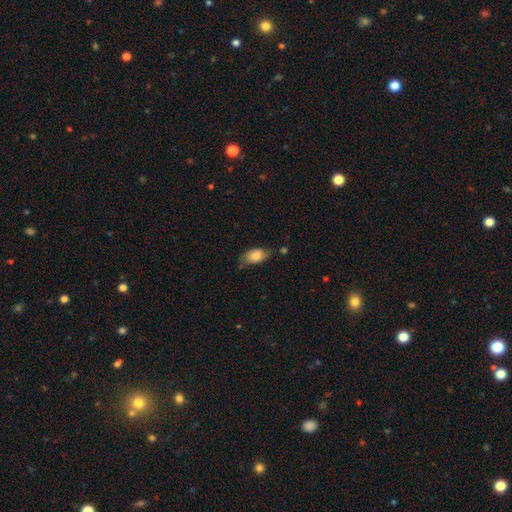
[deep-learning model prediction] The model was most divided on "merging": none: 60%, minor disturbance: 29%, major disturbance: 7%, merger: 4%. More confident: how rounded — in between (91%); smooth or featured — smooth (78%).